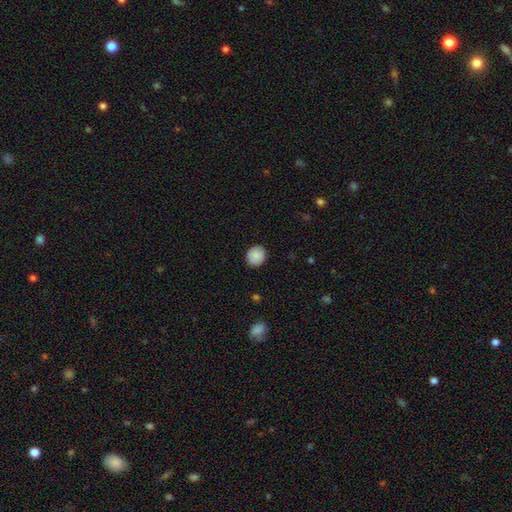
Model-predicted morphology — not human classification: Smooth or featured? smooth (87%)
How rounded? round (78%)
Merging? none (87%)